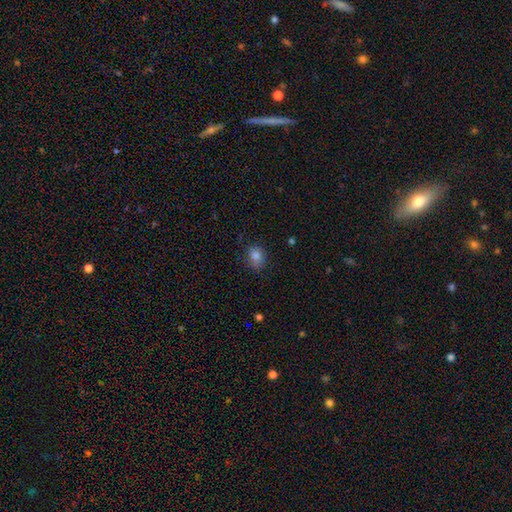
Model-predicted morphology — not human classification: smooth-or-featured: smooth: 80% | star or artifact: 12% | featured or disk: 7%
  how-rounded: in between: 53% | round: 46% | cigar-shaped: 1%
  merging: none: 71% | minor disturbance: 22% | major disturbance: 6% | merger: 2%